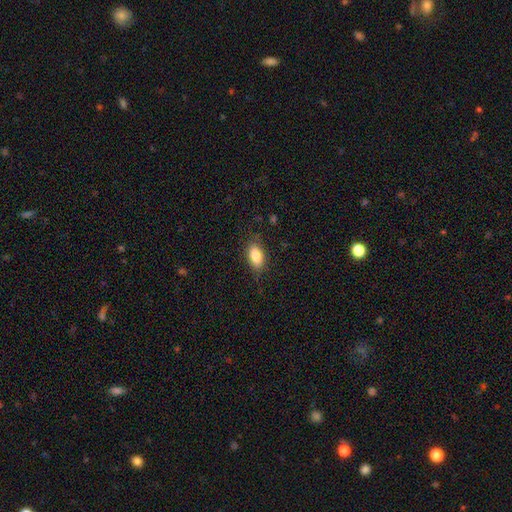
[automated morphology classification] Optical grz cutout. It shows a smooth galaxy with no disk features (84%) that is in between round and cigar-shaped (88%). Merging: none (82%).